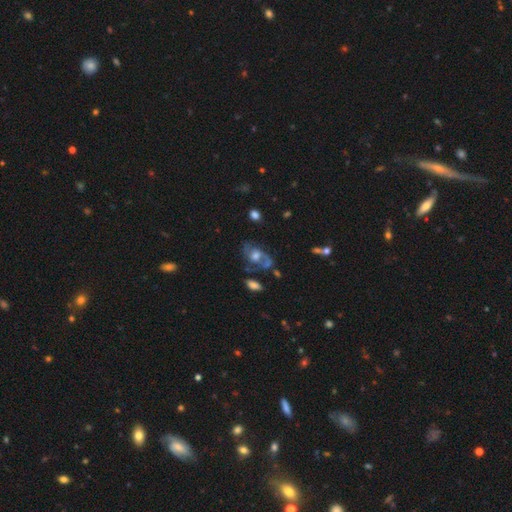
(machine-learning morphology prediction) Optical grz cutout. It shows a featured or disk galaxy (70%) with no bar (67%), 2 (77%) medium (47%) spiral arms (81%) and a moderate central bulge (51%). Merging: none (49%).